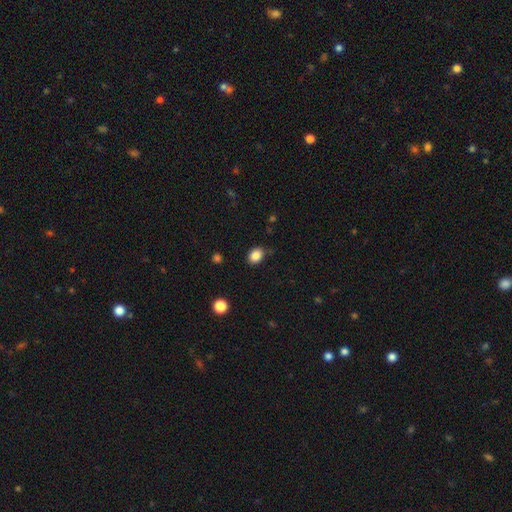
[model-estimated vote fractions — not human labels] Q: Smooth or featured?
A: smooth (86%); runner-up: star or artifact (10%)
Q: How rounded?
A: in between (61%); runner-up: round (38%)
Q: Merging?
A: none (81%); runner-up: minor disturbance (14%)